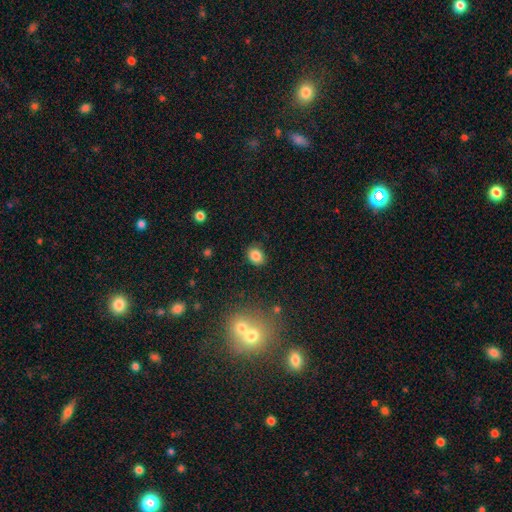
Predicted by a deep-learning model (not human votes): smooth_or_featured: smooth (p=0.85) [alt: star or artifact p=0.10]
how_rounded: round (p=0.50) [alt: in between p=0.49]
merging: none (p=0.86) [alt: minor disturbance p=0.10]